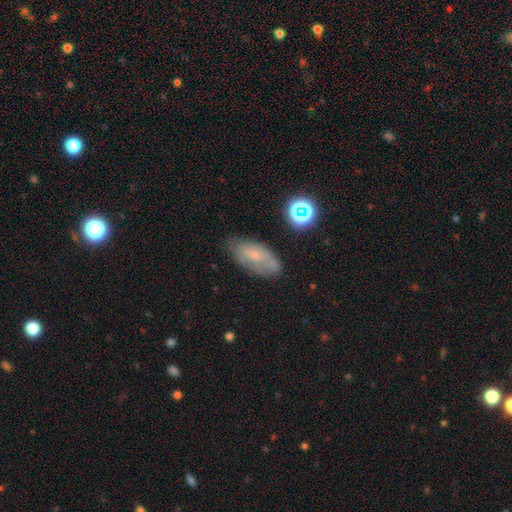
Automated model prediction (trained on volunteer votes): A smooth galaxy with no disk features (51%) that is in between round and cigar-shaped (87%). Merging: none (64%).